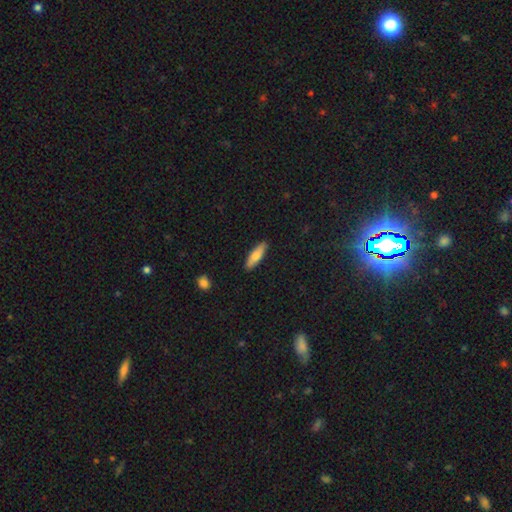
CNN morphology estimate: smooth_or_featured: smooth (p=0.76) [alt: featured or disk p=0.18]
how_rounded: cigar-shaped (p=0.59) [alt: in between p=0.39]
merging: none (p=0.89) [alt: minor disturbance p=0.08]